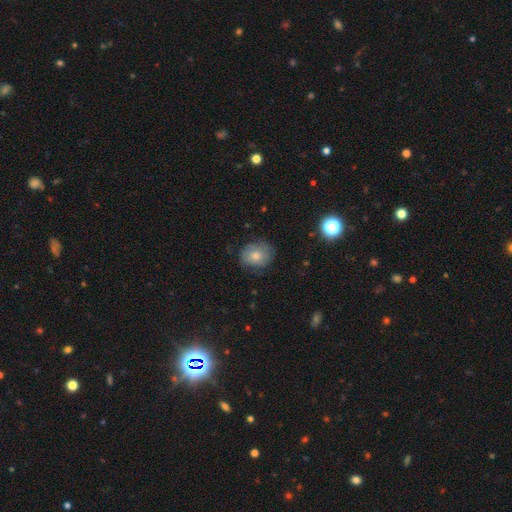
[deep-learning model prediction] This appears to be a smooth galaxy with no disk features (72%) that is round (60%). Merging: none (73%).